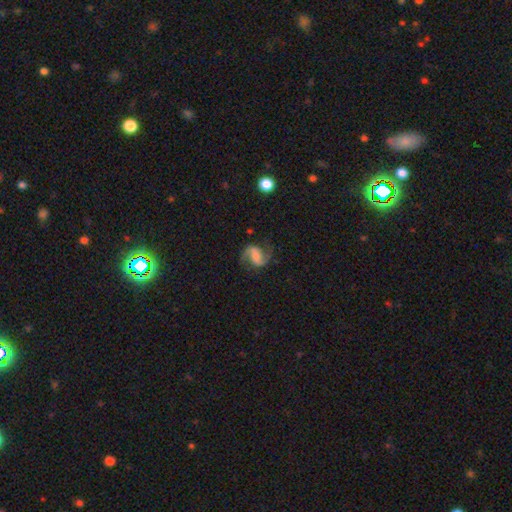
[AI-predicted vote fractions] Morphology: type=featured or disk (83%); edge-on=no (98%); bar=weak (43%); spiral arms=yes (97%); winding=loose (47%); arm count=2 (93%); bulge=none (36%); merging=none (77%).